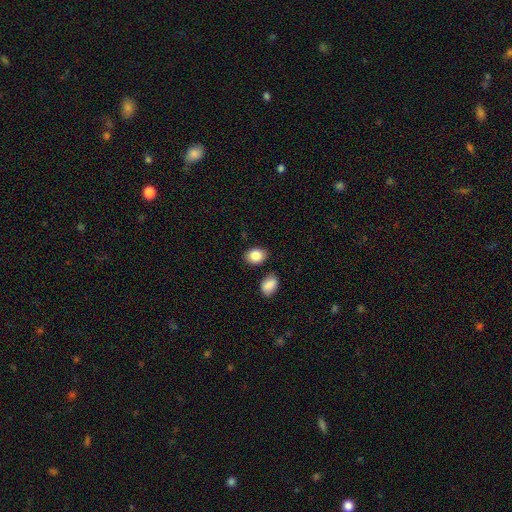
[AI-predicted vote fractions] Smooth or featured?
  - smooth: 85% *
  - star or artifact: 8%
  - featured or disk: 7%
How rounded?
  - in between: 70% *
  - round: 29%
  - cigar-shaped: 1%
Merging?
  - none: 81% *
  - minor disturbance: 11%
  - merger: 6%
  - major disturbance: 3%